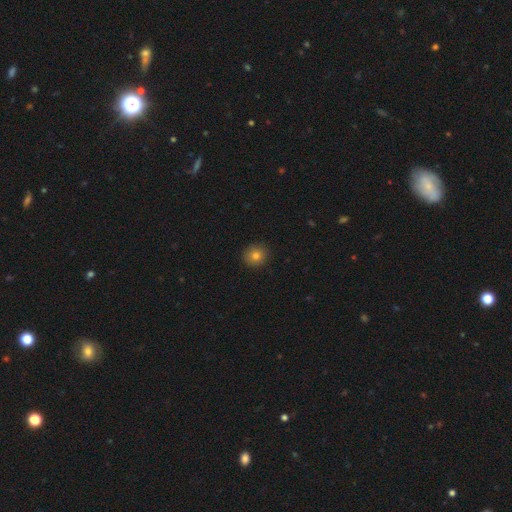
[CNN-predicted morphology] Smooth or featured?
  - smooth: 80% *
  - star or artifact: 12%
  - featured or disk: 8%
How rounded?
  - round: 87% *
  - in between: 12%
  - cigar-shaped: 1%
Merging?
  - none: 91% *
  - minor disturbance: 6%
  - major disturbance: 2%
  - merger: 1%